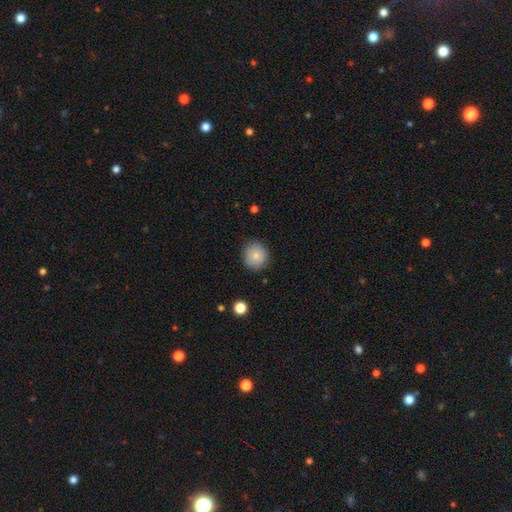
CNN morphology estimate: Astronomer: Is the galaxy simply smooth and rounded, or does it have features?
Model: smooth — 81%.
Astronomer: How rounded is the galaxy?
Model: round — 92%.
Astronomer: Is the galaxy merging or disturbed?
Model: none — 89%.